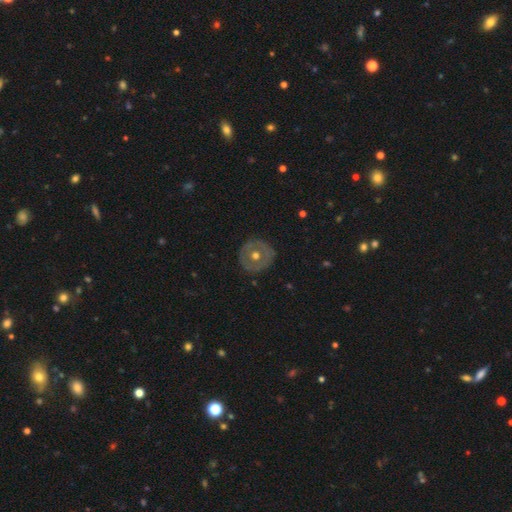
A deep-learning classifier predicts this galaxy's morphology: smooth_or_featured: featured or disk (p=0.51) [alt: smooth p=0.42]
disk_edge_on: no (p=0.95) [alt: yes p=0.05]
merging: none (p=0.86) [alt: minor disturbance p=0.10]